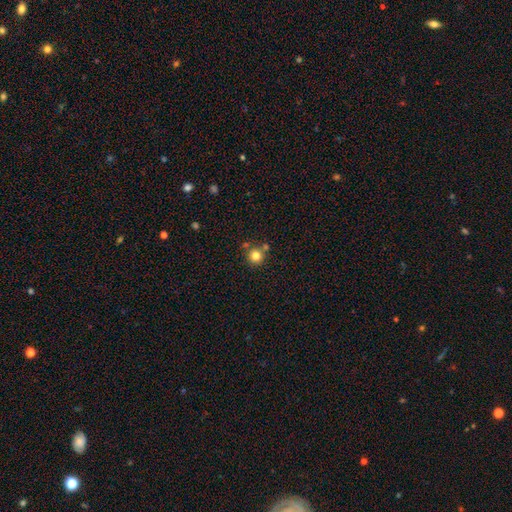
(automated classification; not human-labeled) smooth-or-featured: smooth: 81% | star or artifact: 13% | featured or disk: 7%
  how-rounded: round: 95% | in between: 4% | cigar-shaped: 1%
  merging: none: 76% | merger: 13% | minor disturbance: 8% | major disturbance: 3%